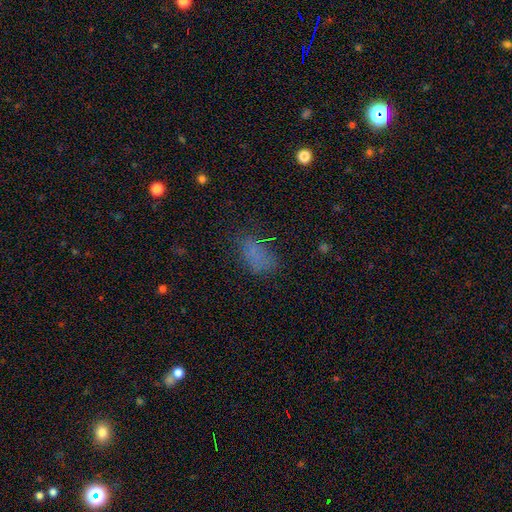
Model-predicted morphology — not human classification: Q: Smooth or featured?
A: smooth (68%); runner-up: star or artifact (19%)
Q: How rounded?
A: in between (87%); runner-up: round (10%)
Q: Merging?
A: none (58%); runner-up: minor disturbance (24%)